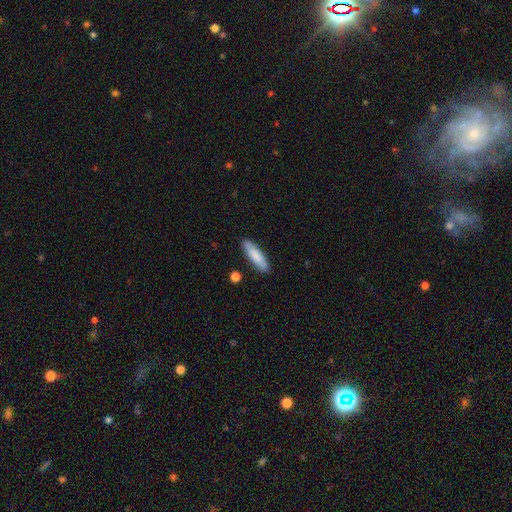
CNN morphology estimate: A smooth galaxy with no disk features (83%) that is cigar-shaped (64%).

Vote fractions:
- Smooth or featured? smooth: 83% / featured or disk: 11% / star or artifact: 6%
- How rounded? cigar-shaped: 64% / in between: 35% / round: 2%
- Merging? none: 87% / minor disturbance: 9% / merger: 2% / major disturbance: 2%